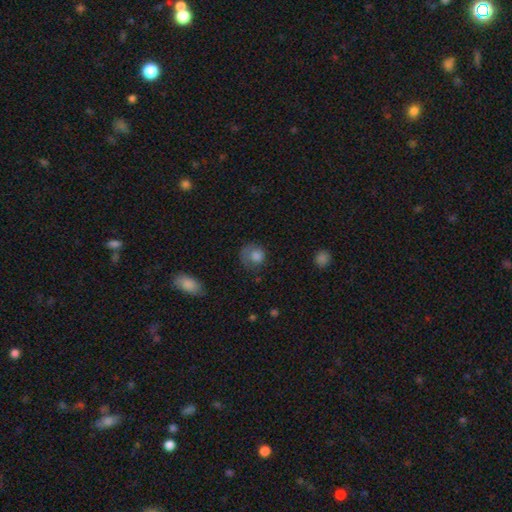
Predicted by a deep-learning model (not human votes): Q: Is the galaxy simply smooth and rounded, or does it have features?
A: smooth — 75%.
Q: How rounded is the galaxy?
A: round — 74%.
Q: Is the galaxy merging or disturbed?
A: none — 47%.